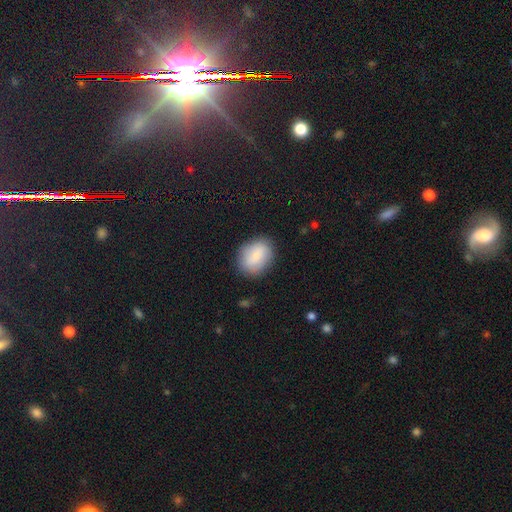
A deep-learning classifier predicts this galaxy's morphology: type=smooth (81%); roundness=in between (57%); merging=none (81%).